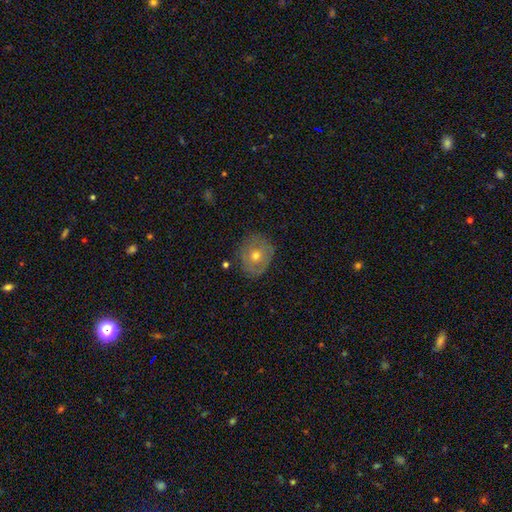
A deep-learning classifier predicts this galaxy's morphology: A featured or disk galaxy (47%).

Vote fractions:
- Smooth or featured? featured or disk: 47% / smooth: 43% / star or artifact: 9%
- Merging? none: 79% / minor disturbance: 15% / major disturbance: 4% / merger: 2%